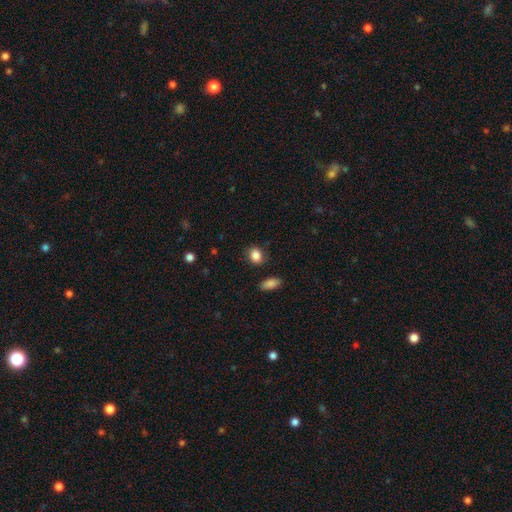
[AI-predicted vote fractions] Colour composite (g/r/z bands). It shows a smooth galaxy with no disk features (86%) that is round (52%). Merging: none (83%).